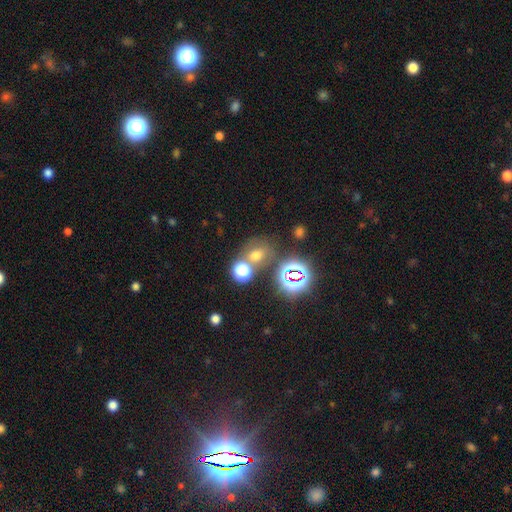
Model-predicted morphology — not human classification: smooth_or_featured: smooth (p=0.54) [alt: star or artifact p=0.34]
how_rounded: round (p=0.64) [alt: in between p=0.34]
merging: none (p=0.59) [alt: merger p=0.24]